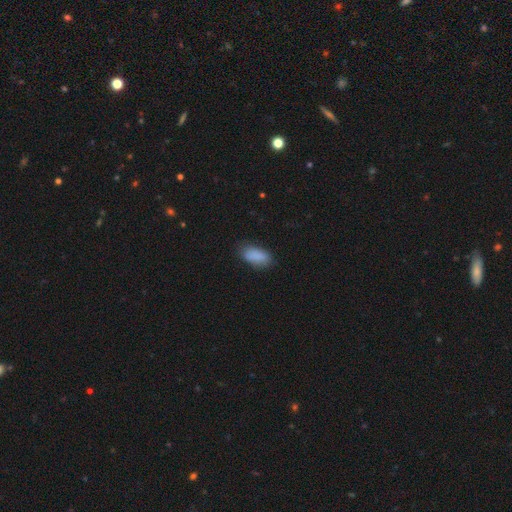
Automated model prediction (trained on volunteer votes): Q: Smooth or featured?
A: smooth (88%); runner-up: star or artifact (7%)
Q: How rounded?
A: in between (90%); runner-up: cigar-shaped (7%)
Q: Merging?
A: none (77%); runner-up: minor disturbance (18%)